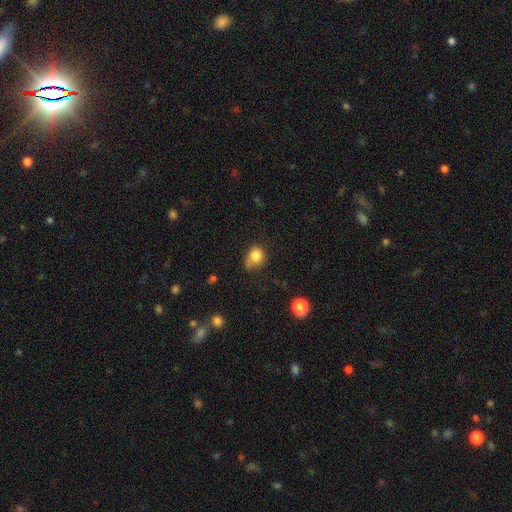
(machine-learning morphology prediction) Smooth or featured?
  - smooth: 80% *
  - star or artifact: 10%
  - featured or disk: 10%
How rounded?
  - round: 68% *
  - in between: 31%
  - cigar-shaped: 1%
Merging?
  - none: 46% *
  - minor disturbance: 32%
  - major disturbance: 14%
  - merger: 7%